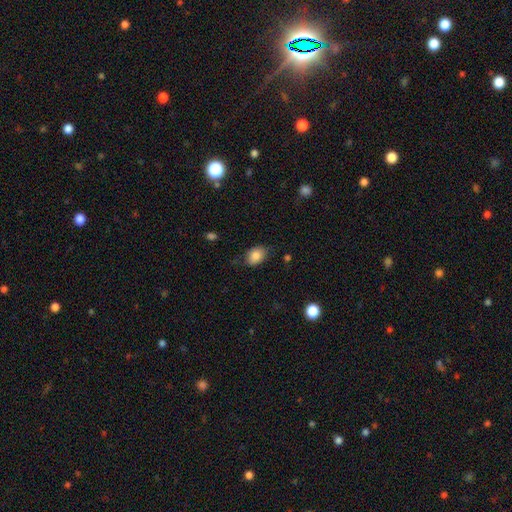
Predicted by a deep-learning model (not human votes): smooth 84%, star or artifact 8%, featured or disk 8%. Down the decision tree: how rounded — in between (77%); merging — none (74%).